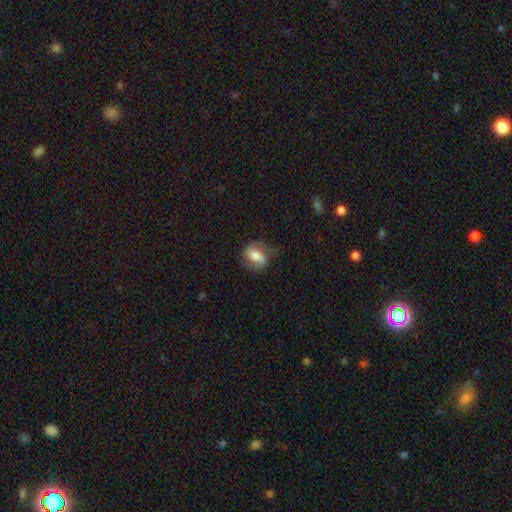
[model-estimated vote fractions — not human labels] Smooth or featured: smooth — 54% (featured or disk — 38%)
How rounded: in between — 67% (round — 30%)
Merging: none — 63% (minor disturbance — 24%)